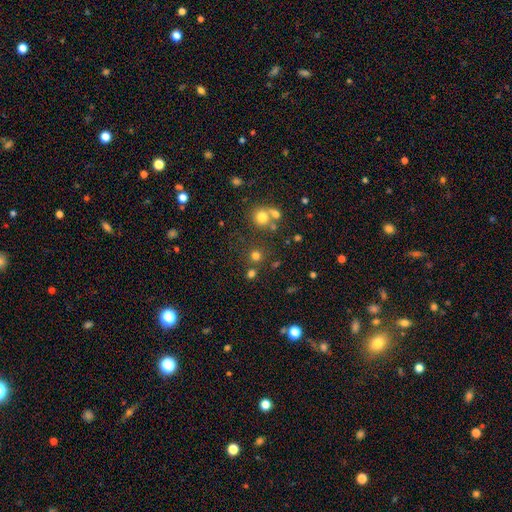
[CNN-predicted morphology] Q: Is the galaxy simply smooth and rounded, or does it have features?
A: smooth — 73%.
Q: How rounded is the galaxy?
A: round — 92%.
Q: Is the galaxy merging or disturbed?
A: none — 75%.